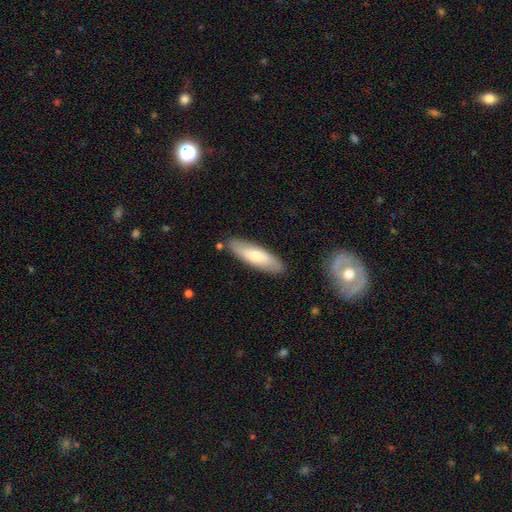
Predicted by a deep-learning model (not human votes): The model was most divided on "how rounded": cigar-shaped: 56%, in between: 42%, round: 2%. More confident: merging — none (84%); smooth or featured — smooth (67%).